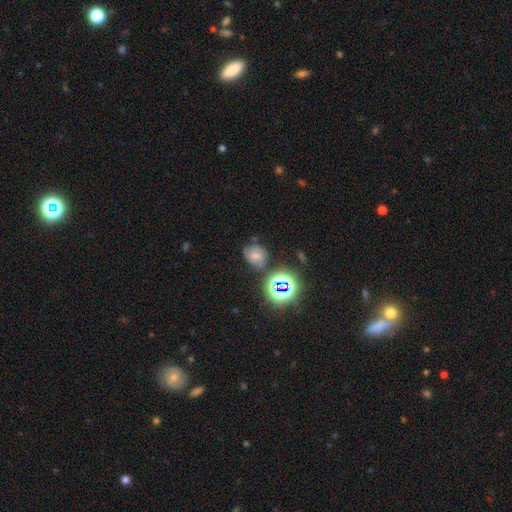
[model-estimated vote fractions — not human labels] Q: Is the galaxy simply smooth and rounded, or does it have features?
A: smooth — 45%.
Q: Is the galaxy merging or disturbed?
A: none — 61%.